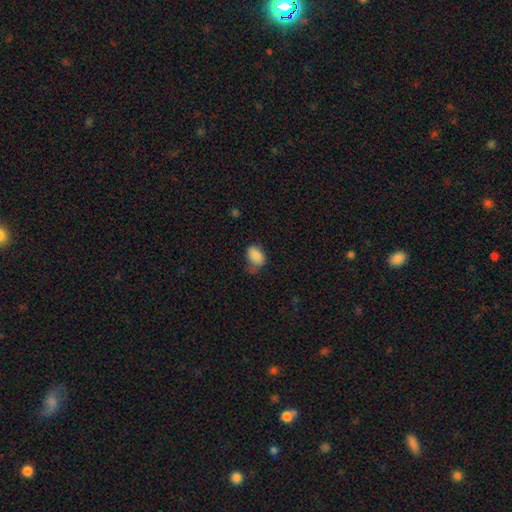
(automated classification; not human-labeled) Smooth or featured?
  - smooth: 85% *
  - star or artifact: 8%
  - featured or disk: 7%
How rounded?
  - in between: 82% *
  - round: 17%
  - cigar-shaped: 1%
Merging?
  - none: 48% *
  - minor disturbance: 37%
  - major disturbance: 12%
  - merger: 3%